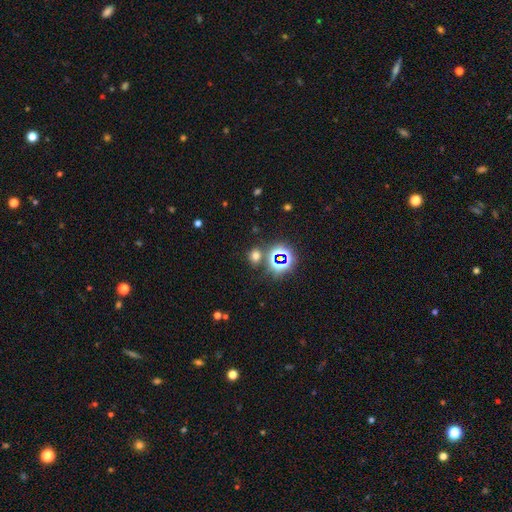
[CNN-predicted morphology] smooth 56%, star or artifact 37%, featured or disk 6%. Down the decision tree: how rounded — round (64%); merging — none (78%).